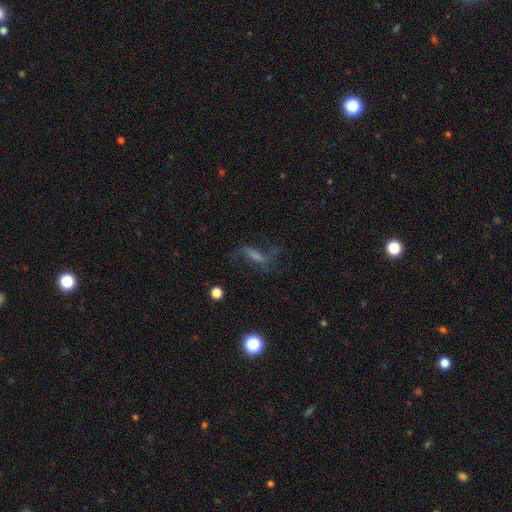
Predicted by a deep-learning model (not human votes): Smooth or featured: featured or disk — 47% (smooth — 30%)
Merging: none — 52% (major disturbance — 25%)